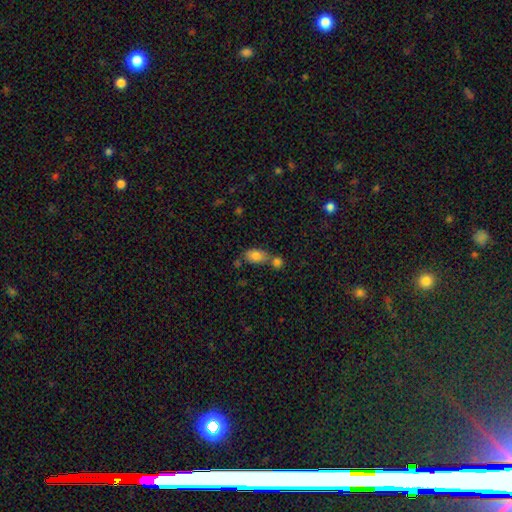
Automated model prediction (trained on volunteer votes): A smooth galaxy with no disk features (81%) that is in between round and cigar-shaped (88%). Merging: none (46%).